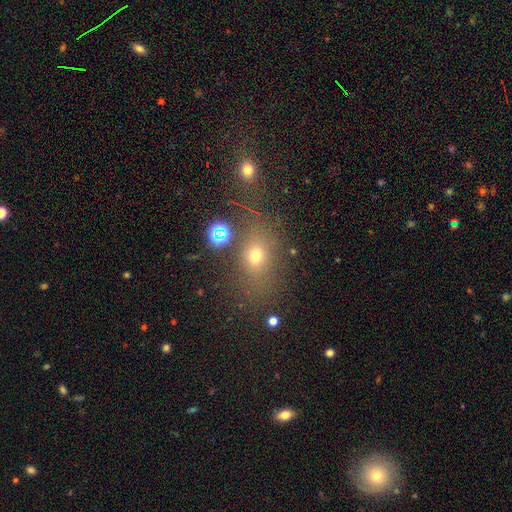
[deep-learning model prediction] A smooth galaxy with no disk features (64%) that is in between round and cigar-shaped (58%). Merging: none (70%).